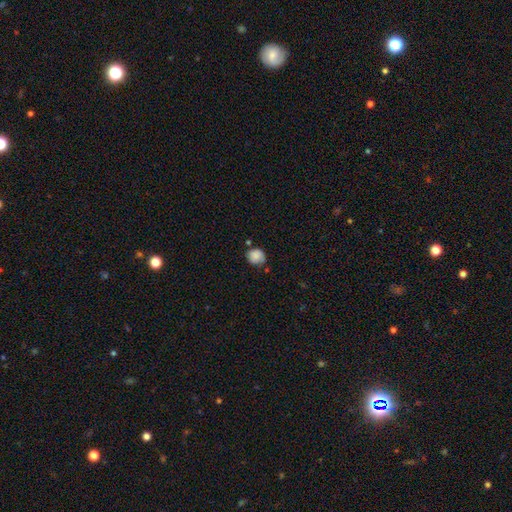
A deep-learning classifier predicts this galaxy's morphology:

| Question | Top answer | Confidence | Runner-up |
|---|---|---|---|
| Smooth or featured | smooth | 85% | star or artifact (9%) |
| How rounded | round | 79% | in between (20%) |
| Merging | none | 66% | minor disturbance (23%) |